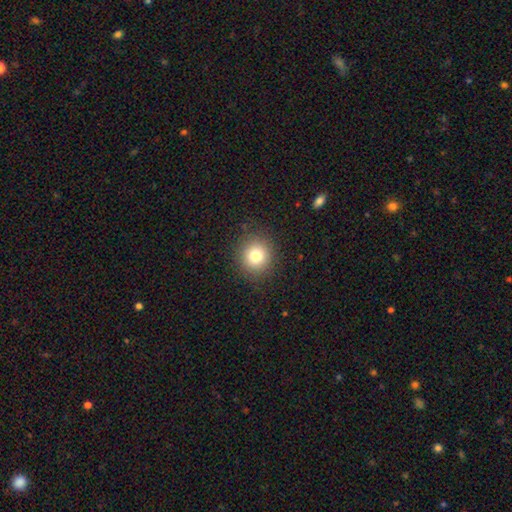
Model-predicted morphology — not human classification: type=smooth (79%); roundness=round (90%); merging=none (89%).